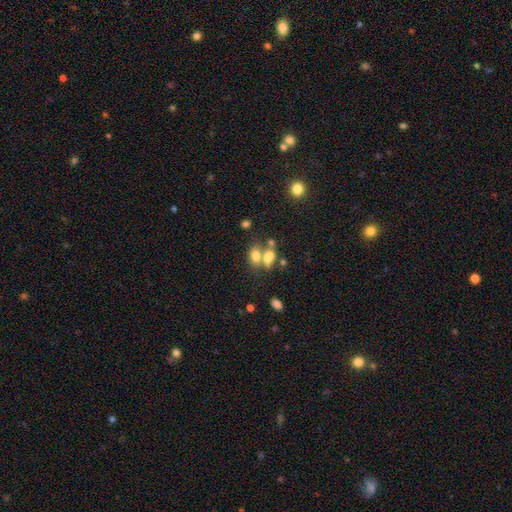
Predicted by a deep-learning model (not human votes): Smooth or featured? smooth (72%)
How rounded? in between (78%)
Merging? merger (48%)